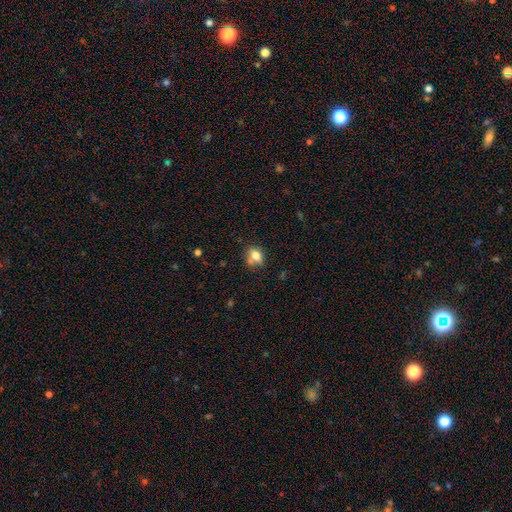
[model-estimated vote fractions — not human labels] The model was most divided on "how rounded": round: 50%, in between: 48%, cigar-shaped: 2%. More confident: smooth or featured — smooth (76%); merging — none (57%).